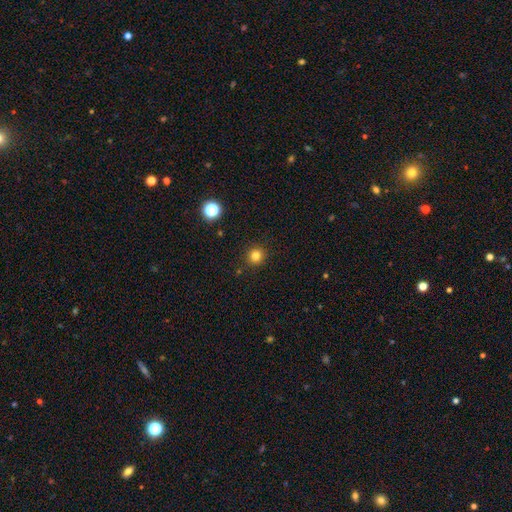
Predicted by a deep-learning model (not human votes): Smooth or featured? smooth (80%)
How rounded? round (95%)
Merging? none (91%)